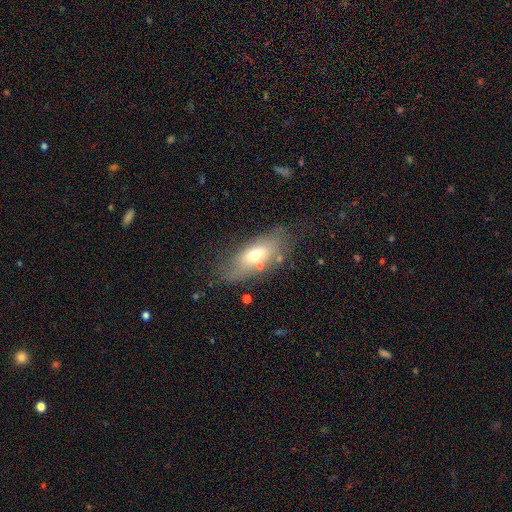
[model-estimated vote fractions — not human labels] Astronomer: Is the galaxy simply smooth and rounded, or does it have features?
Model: smooth — 59%.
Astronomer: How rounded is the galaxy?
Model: in between — 82%.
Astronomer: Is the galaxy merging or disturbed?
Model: none — 63%.